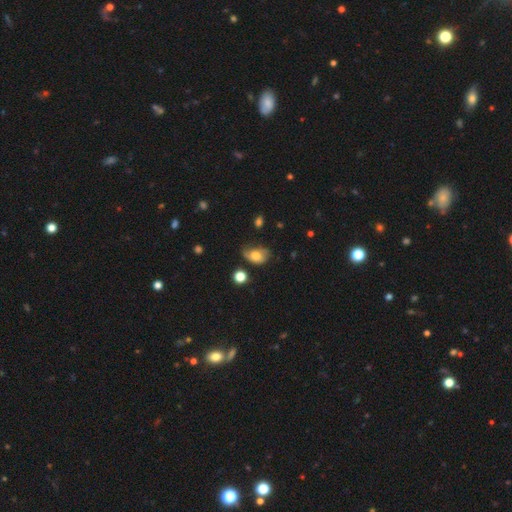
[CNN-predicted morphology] Overall: smooth (59%; featured or disk 31%). How rounded: in between (79%). Merging: none (44%; minor disturbance 35%).